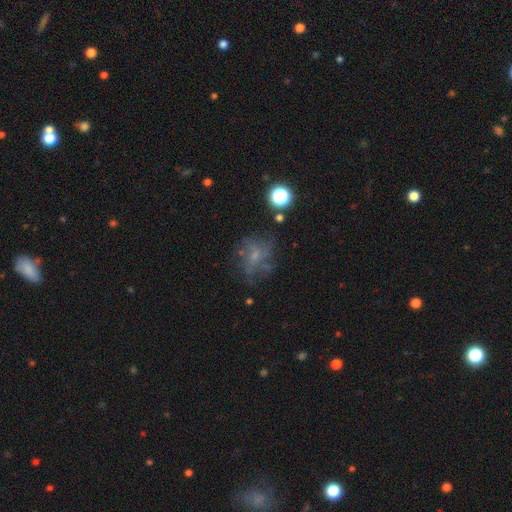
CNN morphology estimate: smooth-or-featured: featured or disk: 50% | smooth: 29% | star or artifact: 21%
  merging: none: 55% | major disturbance: 21% | minor disturbance: 20% | merger: 4%